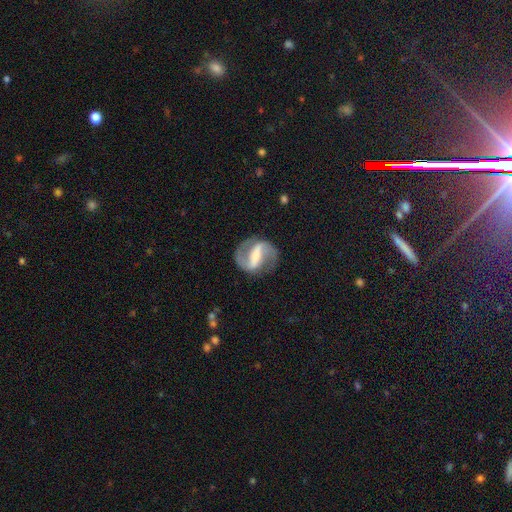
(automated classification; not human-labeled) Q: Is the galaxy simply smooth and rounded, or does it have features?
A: featured or disk — 87%.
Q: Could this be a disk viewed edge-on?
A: no — 97%.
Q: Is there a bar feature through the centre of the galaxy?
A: strong — 69%.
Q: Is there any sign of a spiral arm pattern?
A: yes — 93%.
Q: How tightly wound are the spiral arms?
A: medium — 51%.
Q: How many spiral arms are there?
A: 2 — 92%.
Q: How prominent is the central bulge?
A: moderate — 35%.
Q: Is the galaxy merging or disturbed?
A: none — 81%.